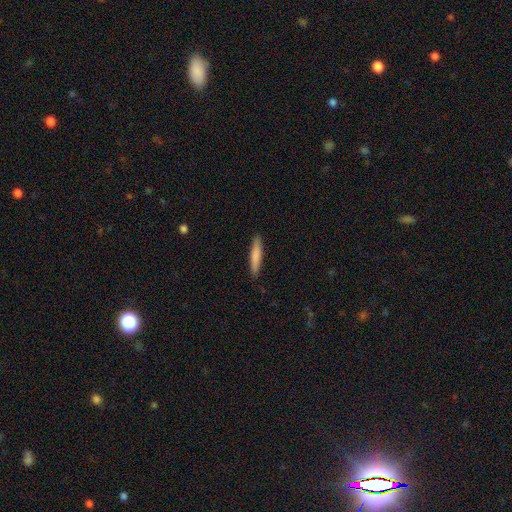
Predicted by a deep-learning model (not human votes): smooth_or_featured: smooth (p=0.79) [alt: featured or disk p=0.16]
how_rounded: cigar-shaped (p=0.90) [alt: in between p=0.09]
merging: none (p=0.89) [alt: minor disturbance p=0.08]